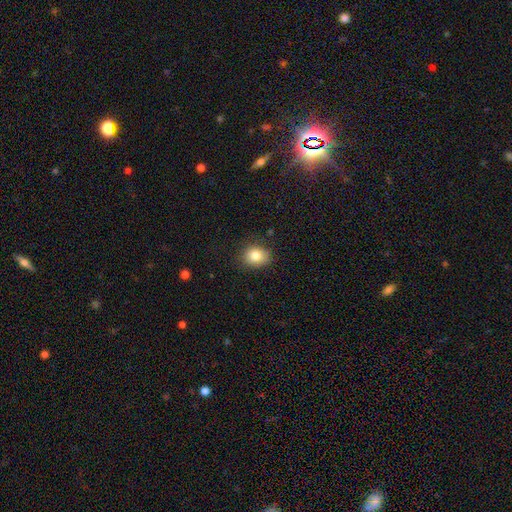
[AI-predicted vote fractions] This is clearly a smooth galaxy (82%). How rounded: possibly round (60%). Merging: clearly none (83%).